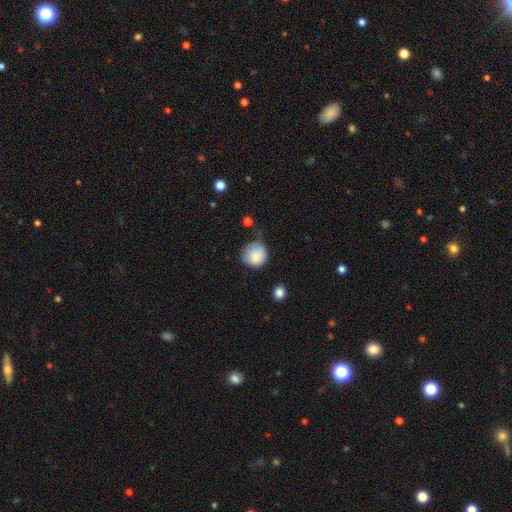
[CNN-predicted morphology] The model was most divided on "merging": none: 54%, minor disturbance: 33%, major disturbance: 10%, merger: 3%. More confident: how rounded — round (88%); smooth or featured — smooth (85%).